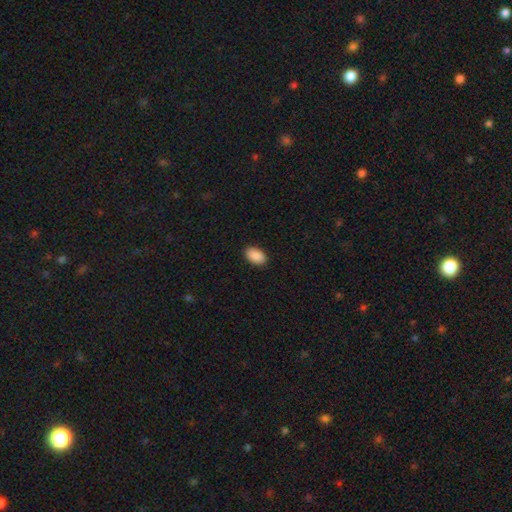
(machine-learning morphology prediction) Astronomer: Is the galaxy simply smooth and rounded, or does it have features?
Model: smooth — 91%.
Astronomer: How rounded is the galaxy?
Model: in between — 93%.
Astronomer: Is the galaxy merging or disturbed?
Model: none — 90%.